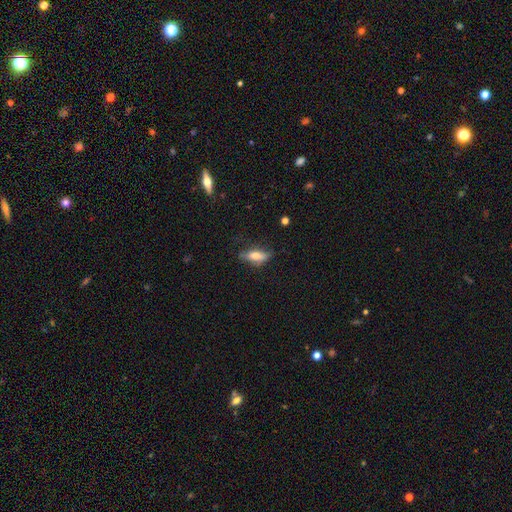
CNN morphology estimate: The model was most divided on "how rounded": in between: 58%, cigar-shaped: 39%, round: 3%. More confident: merging — none (66%); smooth or featured — smooth (61%).